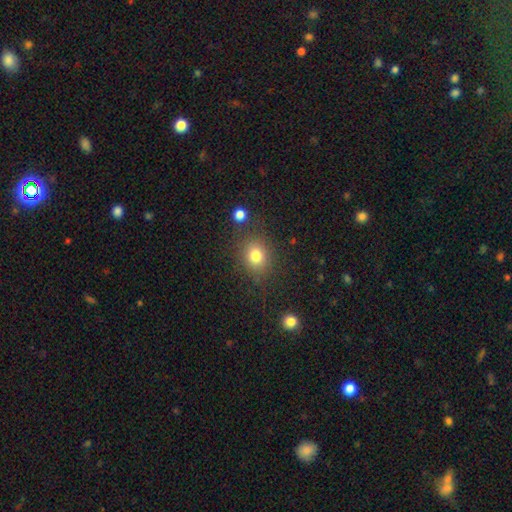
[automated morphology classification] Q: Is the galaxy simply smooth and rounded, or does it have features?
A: smooth — 79%.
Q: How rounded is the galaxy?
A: round — 64%.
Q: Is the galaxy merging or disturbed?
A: none — 79%.